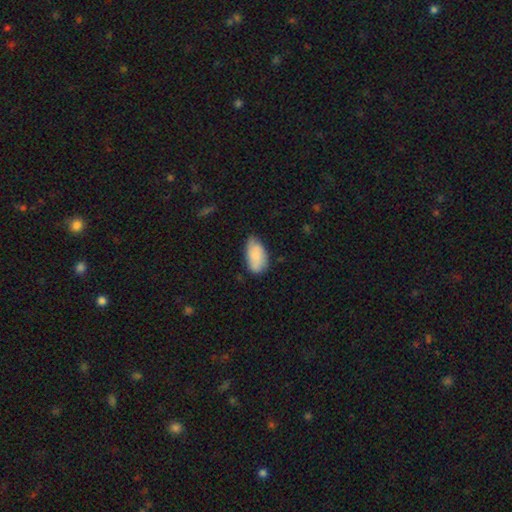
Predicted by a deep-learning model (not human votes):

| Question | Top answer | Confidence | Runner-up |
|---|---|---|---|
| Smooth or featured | smooth | 78% | featured or disk (16%) |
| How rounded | in between | 94% | round (3%) |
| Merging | none | 60% | minor disturbance (33%) |